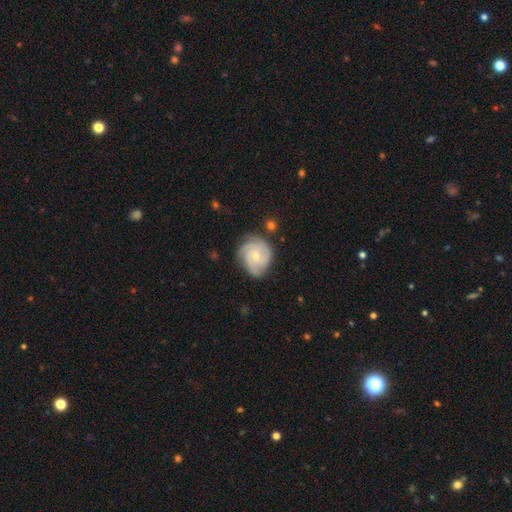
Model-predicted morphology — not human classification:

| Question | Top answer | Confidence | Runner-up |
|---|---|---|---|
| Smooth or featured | featured or disk | 77% | smooth (18%) |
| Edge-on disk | no | 98% | yes (2%) |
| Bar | no | 73% | weak (23%) |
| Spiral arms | yes | 95% | no (5%) |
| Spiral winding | tight | 62% | medium (31%) |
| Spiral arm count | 3 | 52% | can't tell (15%) |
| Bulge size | small | 57% | moderate (40%) |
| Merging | none | 70% | minor disturbance (22%) |